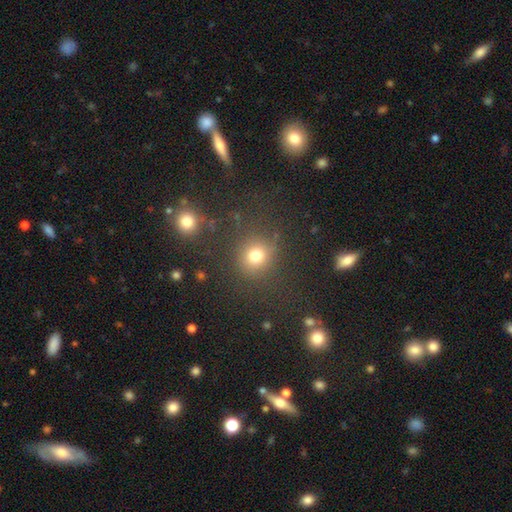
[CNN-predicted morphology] This is likely a smooth galaxy (74%). How rounded: clearly round (84%). Merging: likely none (79%).